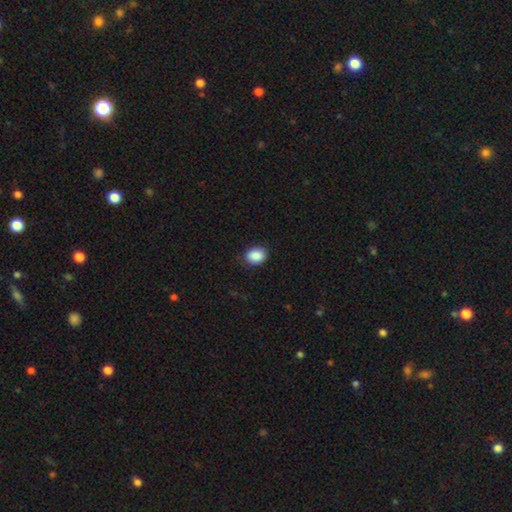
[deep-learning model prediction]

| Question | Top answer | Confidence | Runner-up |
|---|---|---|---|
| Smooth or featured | smooth | 89% | star or artifact (7%) |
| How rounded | in between | 58% | round (41%) |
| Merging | none | 85% | minor disturbance (12%) |